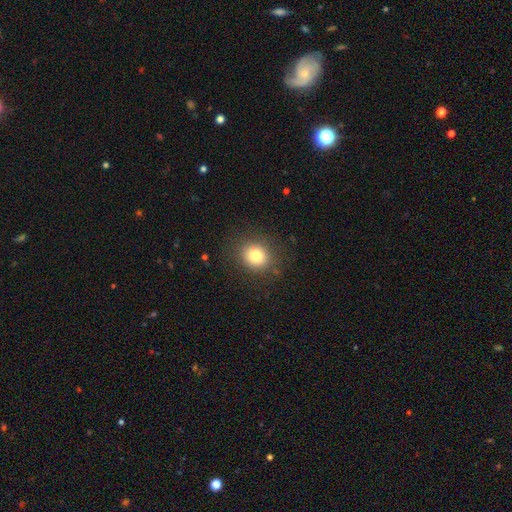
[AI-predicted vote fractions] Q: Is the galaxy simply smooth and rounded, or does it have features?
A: smooth — 78%.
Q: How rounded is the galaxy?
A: round — 83%.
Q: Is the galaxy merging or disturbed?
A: none — 85%.